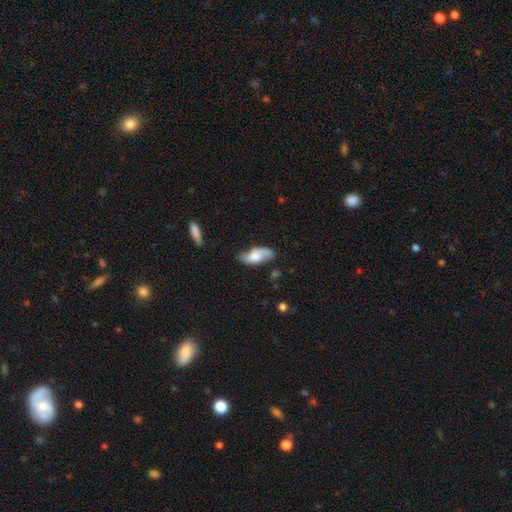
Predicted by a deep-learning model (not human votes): Q: Smooth or featured?
A: featured or disk (51%); runner-up: smooth (42%)
Q: Edge-on disk?
A: no (84%); runner-up: yes (16%)
Q: Merging?
A: none (67%); runner-up: minor disturbance (24%)